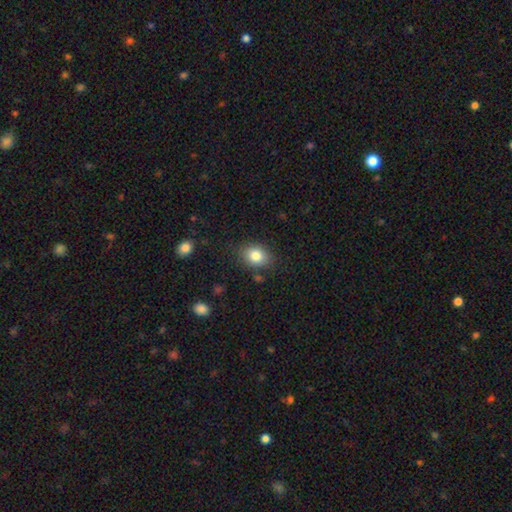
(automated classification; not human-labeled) Overall: smooth (82%). How rounded: in between (60%; round 39%). Merging: none (81%).